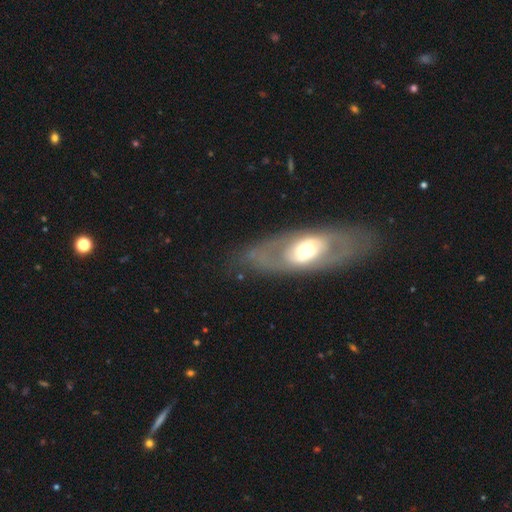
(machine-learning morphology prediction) smooth-or-featured: featured or disk: 67% | smooth: 27% | star or artifact: 7%
  disk-edge-on: no: 83% | yes: 17%
    bar: no: 59% | weak: 26% | strong: 15%
    has-spiral-arms: no: 67% | yes: 33%
    bulge-size: moderate: 61% | large: 24% | small: 12% | dominant: 3% | none: 1%
  merging: none: 78% | minor disturbance: 13% | major disturbance: 7% | merger: 2%